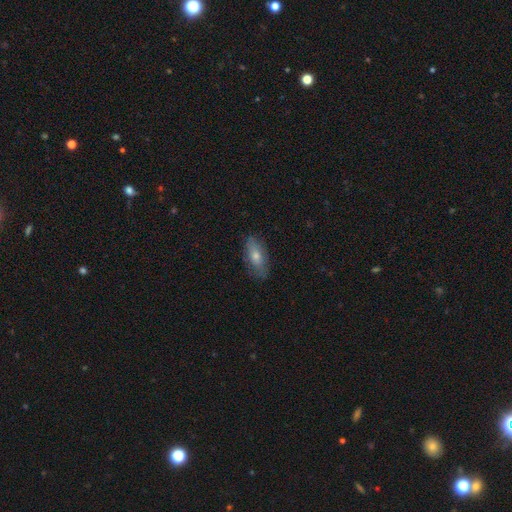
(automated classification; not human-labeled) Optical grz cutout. It shows a smooth galaxy with no disk features (58%) that is in between round and cigar-shaped (76%). Merging: none (82%).